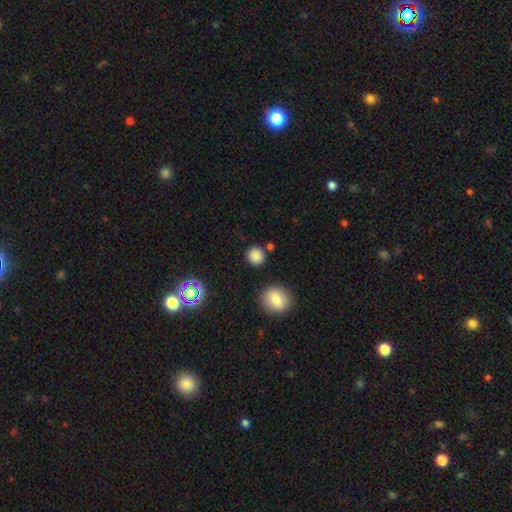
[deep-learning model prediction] Overall: smooth (83%). How rounded: round (89%). Merging: none (85%).